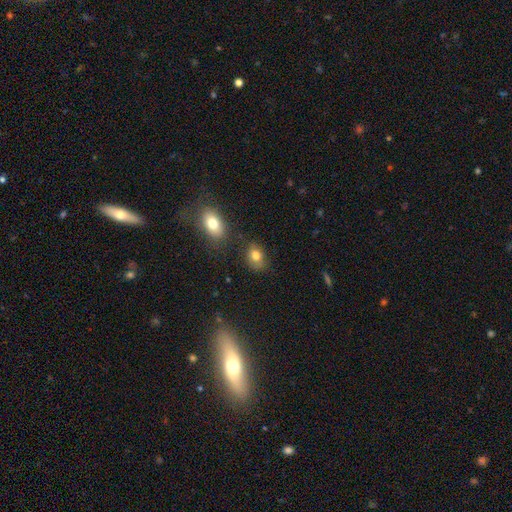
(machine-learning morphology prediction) type=smooth (80%); roundness=in between (66%); merging=none (73%).